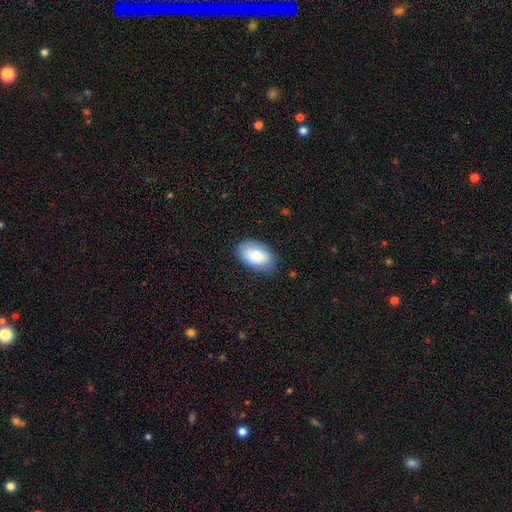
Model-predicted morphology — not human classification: This appears to be a smooth galaxy with no disk features (84%) that is in between round and cigar-shaped (93%). Merging: none (79%).